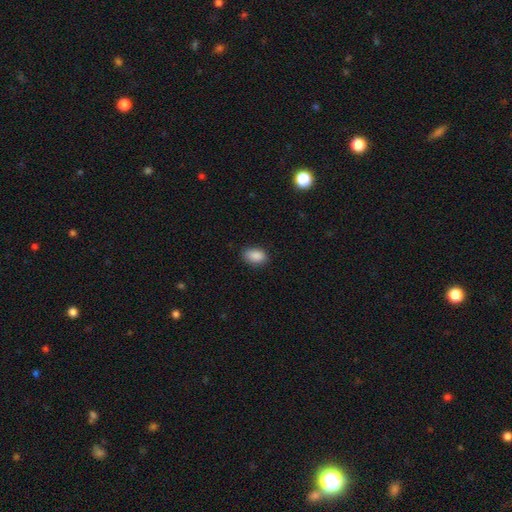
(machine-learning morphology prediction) This is clearly a smooth galaxy (89%). How rounded: clearly in between (89%). Merging: clearly none (82%).